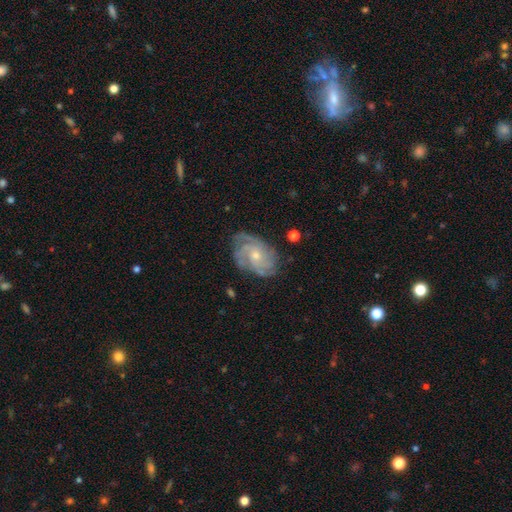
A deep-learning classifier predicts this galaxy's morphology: smooth_or_featured: featured or disk (p=0.81) [alt: smooth p=0.12]
disk_edge_on: no (p=0.97) [alt: yes p=0.03]
bar: no (p=0.74) [alt: weak p=0.23]
has_spiral_arms: yes (p=0.95) [alt: no p=0.05]
spiral_winding: tight (p=0.57) [alt: medium p=0.33]
spiral_arm_count: can't tell (p=0.28) [alt: 4 p=0.25]
bulge_size: small (p=0.57) [alt: moderate p=0.39]
merging: none (p=0.73) [alt: minor disturbance p=0.19]